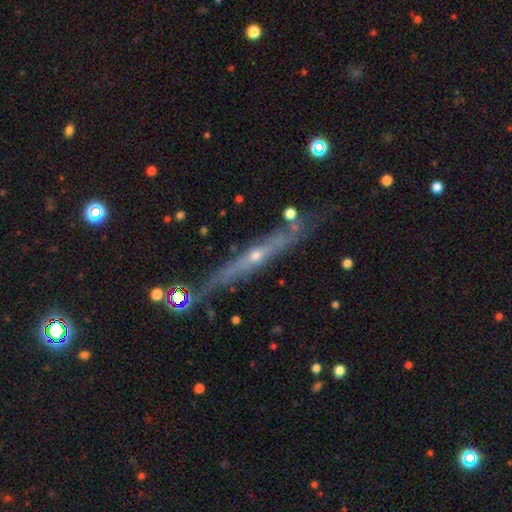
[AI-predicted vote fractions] Overall: featured or disk (76%). Edge-on disk: yes (90%). Edge-on bulge: rounded (66%; none 32%). Merging: none (75%).